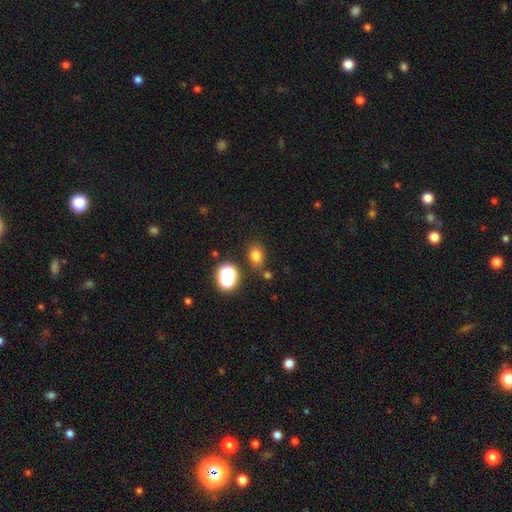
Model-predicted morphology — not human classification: Q: Smooth or featured?
A: smooth (74%); runner-up: star or artifact (18%)
Q: How rounded?
A: in between (64%); runner-up: round (34%)
Q: Merging?
A: none (76%); runner-up: minor disturbance (12%)